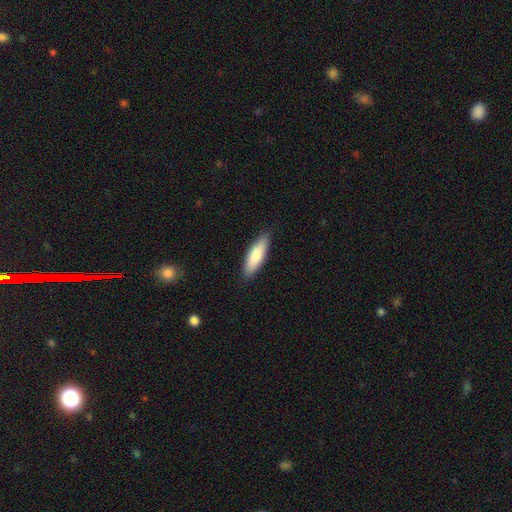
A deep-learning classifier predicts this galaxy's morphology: smooth_or_featured: smooth (p=0.80) [alt: featured or disk p=0.14]
how_rounded: cigar-shaped (p=0.51) [alt: in between p=0.47]
merging: none (p=0.88) [alt: minor disturbance p=0.09]